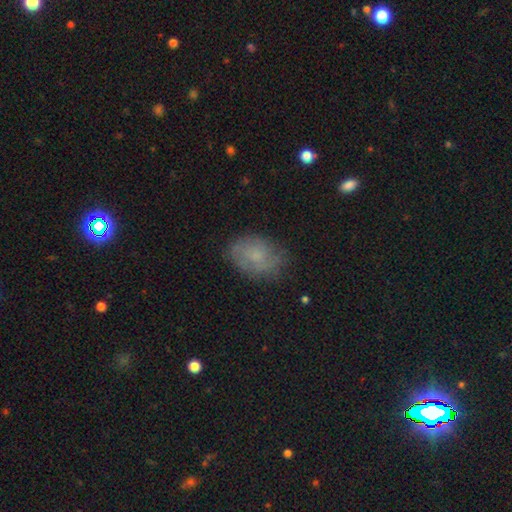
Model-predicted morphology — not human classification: Smooth or featured?
  - smooth: 59% *
  - featured or disk: 31%
  - star or artifact: 10%
How rounded?
  - in between: 78% *
  - round: 21%
  - cigar-shaped: 1%
Merging?
  - none: 74% *
  - minor disturbance: 19%
  - major disturbance: 6%
  - merger: 1%